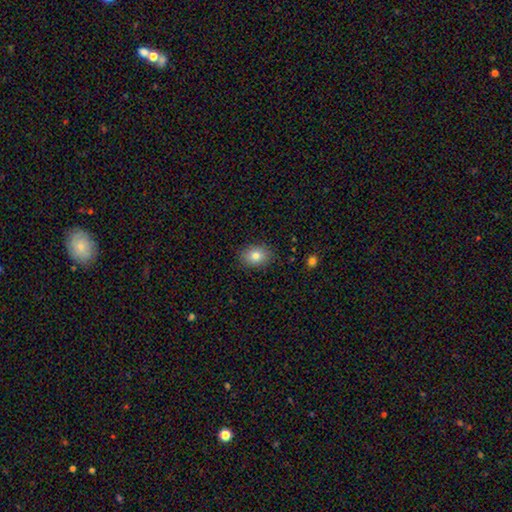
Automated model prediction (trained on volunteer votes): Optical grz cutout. It shows a smooth galaxy with no disk features (82%) that is in between round and cigar-shaped (66%). Merging: none (88%).